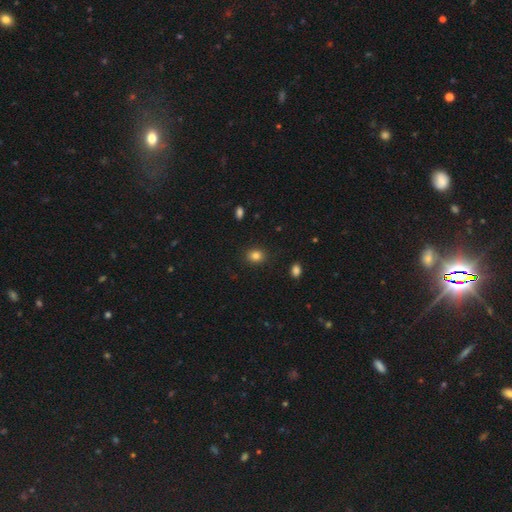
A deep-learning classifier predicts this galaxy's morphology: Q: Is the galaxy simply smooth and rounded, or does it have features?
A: smooth — 84%.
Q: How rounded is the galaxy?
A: round — 64%.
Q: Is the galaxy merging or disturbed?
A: none — 89%.